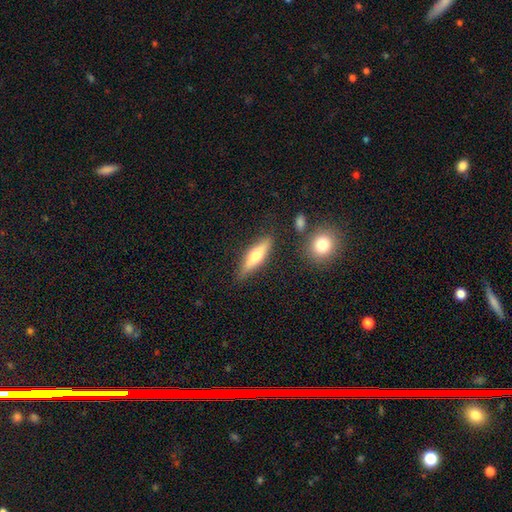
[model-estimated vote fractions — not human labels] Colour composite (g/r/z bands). It shows a smooth galaxy with no disk features (50%) that is cigar-shaped (70%). Merging: none (82%).